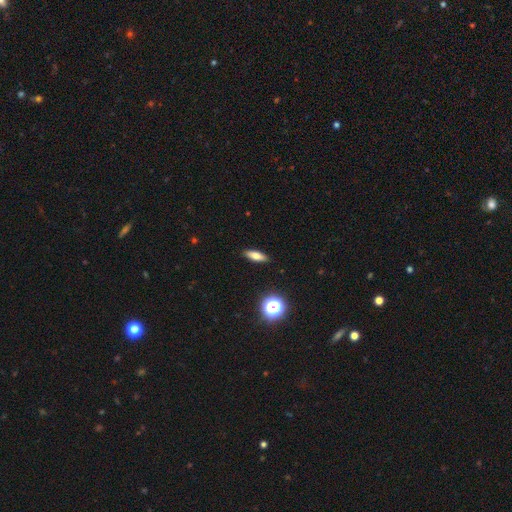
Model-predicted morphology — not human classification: smooth-or-featured: smooth: 69% | featured or disk: 20% | star or artifact: 11%
  how-rounded: in between: 54% | cigar-shaped: 40% | round: 5%
  merging: none: 89% | minor disturbance: 8% | major disturbance: 2% | merger: 1%